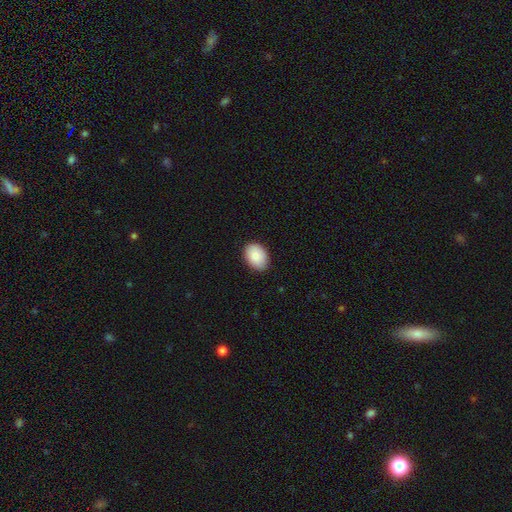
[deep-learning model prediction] A smooth galaxy with no disk features (85%) that is in between round and cigar-shaped (78%).

Vote fractions:
- Smooth or featured? smooth: 85% / featured or disk: 8% / star or artifact: 7%
- How rounded? in between: 78% / round: 21% / cigar-shaped: 1%
- Merging? none: 85% / minor disturbance: 12% / major disturbance: 2% / merger: 1%